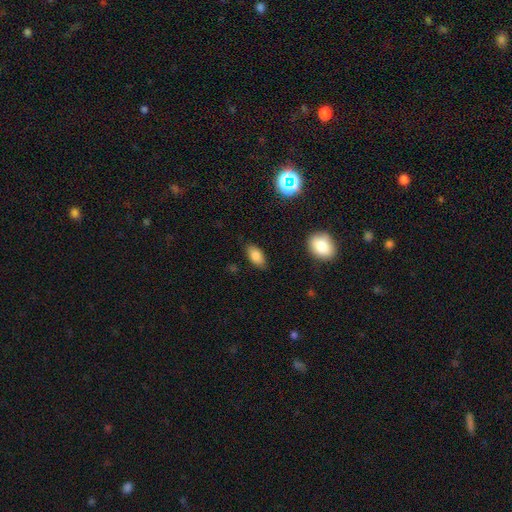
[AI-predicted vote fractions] smooth_or_featured: smooth (p=0.83) [alt: star or artifact p=0.09]
how_rounded: in between (p=0.91) [alt: round p=0.05]
merging: none (p=0.84) [alt: minor disturbance p=0.12]